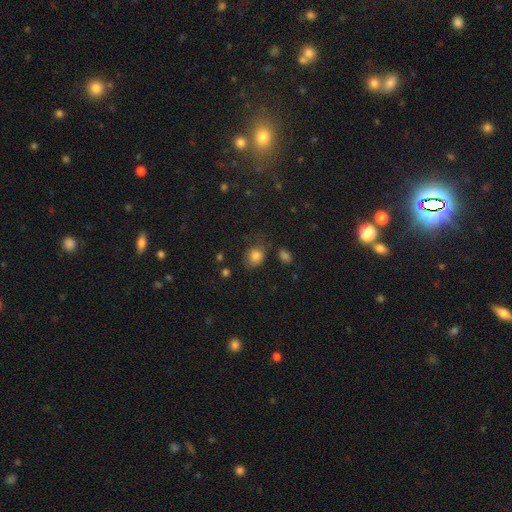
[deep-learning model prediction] Q: Smooth or featured?
A: smooth (82%); runner-up: star or artifact (11%)
Q: How rounded?
A: in between (50%); runner-up: round (49%)
Q: Merging?
A: none (57%); runner-up: minor disturbance (27%)